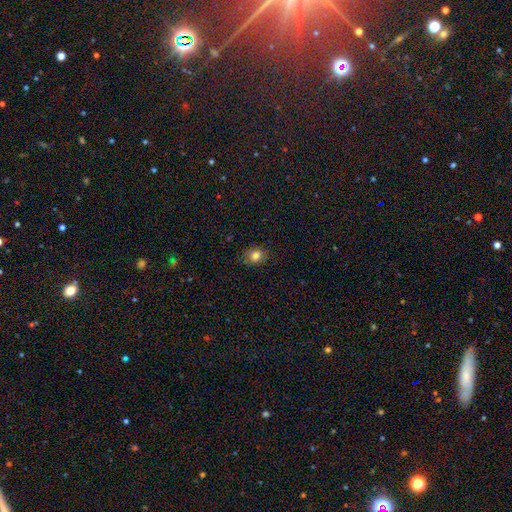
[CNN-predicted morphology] type=smooth (81%); roundness=round (53%); merging=none (83%).